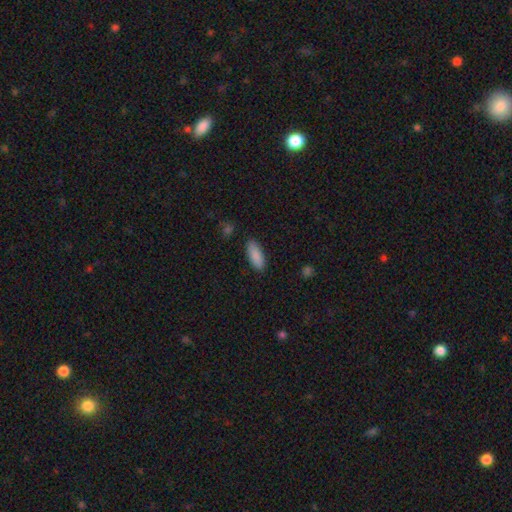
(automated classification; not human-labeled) A smooth galaxy with no disk features (89%) that is in between round and cigar-shaped (78%). Merging: none (88%).